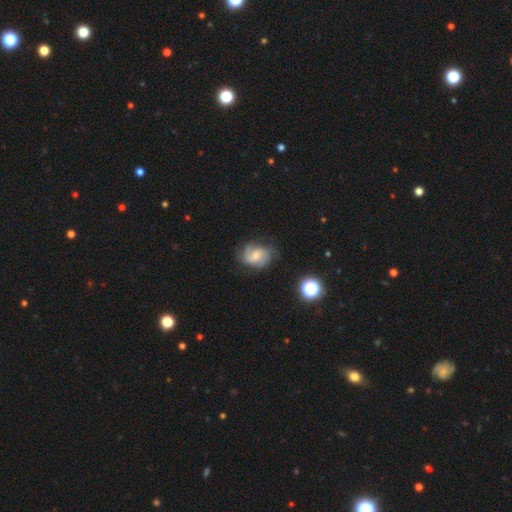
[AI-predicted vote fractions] This appears to be a featured or disk galaxy (65%) with no bar (54%), 2 (49%) medium (47%) spiral arms (91%) and a moderate central bulge (43%, tied with small). Merging: none (65%).